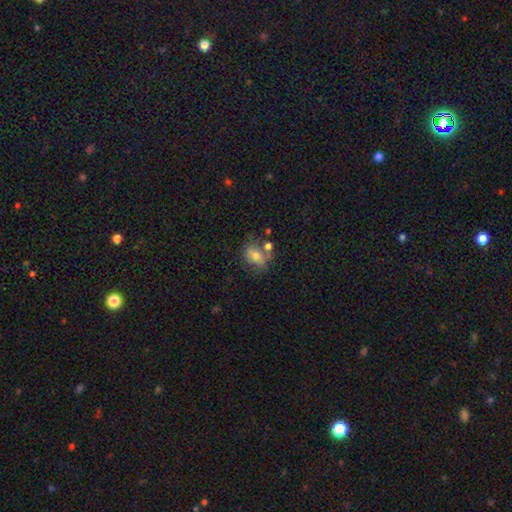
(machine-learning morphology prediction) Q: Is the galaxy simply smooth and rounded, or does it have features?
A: smooth — 68%.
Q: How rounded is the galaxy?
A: in between — 58%.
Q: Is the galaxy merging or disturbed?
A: none — 54%.